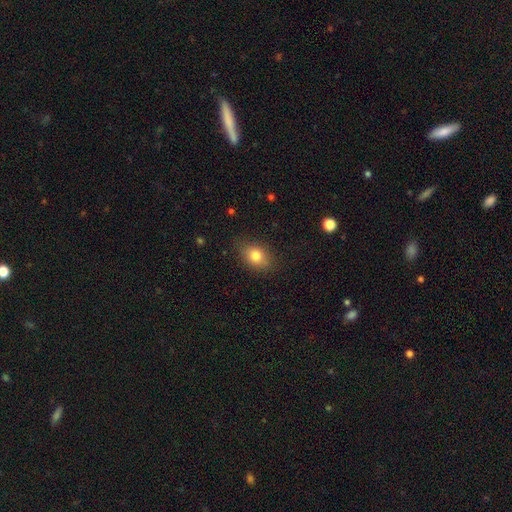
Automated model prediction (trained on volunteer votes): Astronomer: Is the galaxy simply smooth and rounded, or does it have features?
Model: smooth — 79%.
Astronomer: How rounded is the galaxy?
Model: in between — 70%.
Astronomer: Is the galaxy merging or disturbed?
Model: none — 82%.